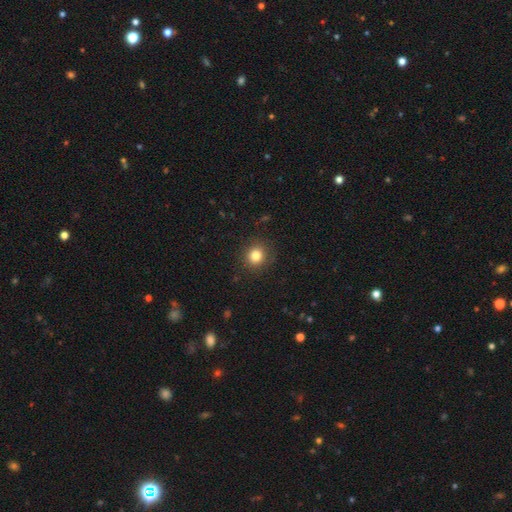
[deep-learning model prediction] Smooth or featured?
  - smooth: 82% *
  - star or artifact: 12%
  - featured or disk: 6%
How rounded?
  - round: 87% *
  - in between: 12%
  - cigar-shaped: 1%
Merging?
  - none: 89% *
  - minor disturbance: 7%
  - major disturbance: 3%
  - merger: 1%